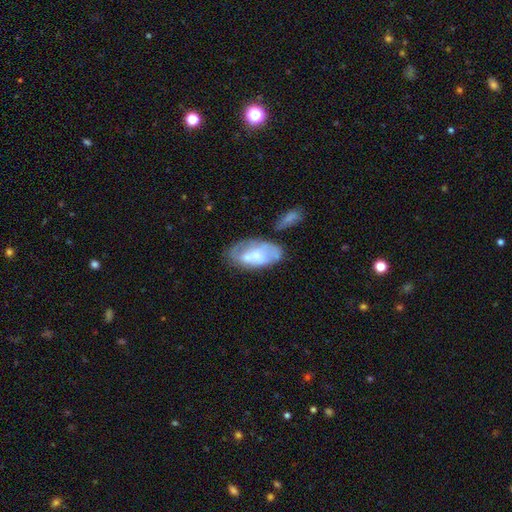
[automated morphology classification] Smooth or featured? smooth (48%)
Merging? none (41%)